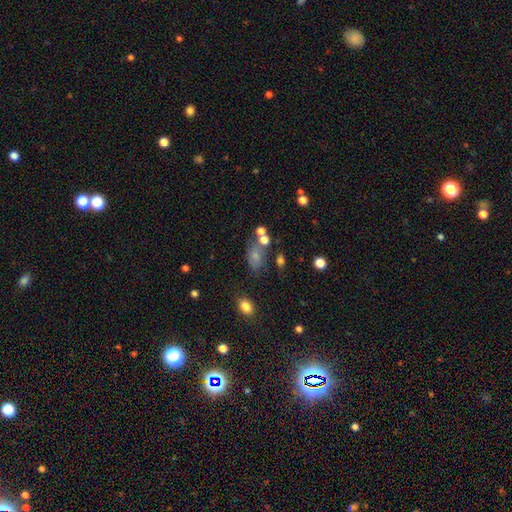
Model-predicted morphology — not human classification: The model was most divided on "merging": none: 48%, minor disturbance: 22%, merger: 17%, major disturbance: 13%. More confident: how rounded — in between (83%); smooth or featured — smooth (69%).